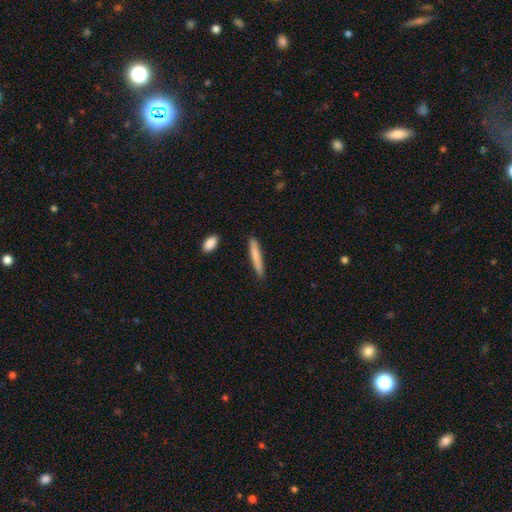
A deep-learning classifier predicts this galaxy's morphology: The model was most divided on "smooth or featured": smooth: 78%, featured or disk: 16%, star or artifact: 6%. More confident: how rounded — cigar-shaped (94%); merging — none (83%).